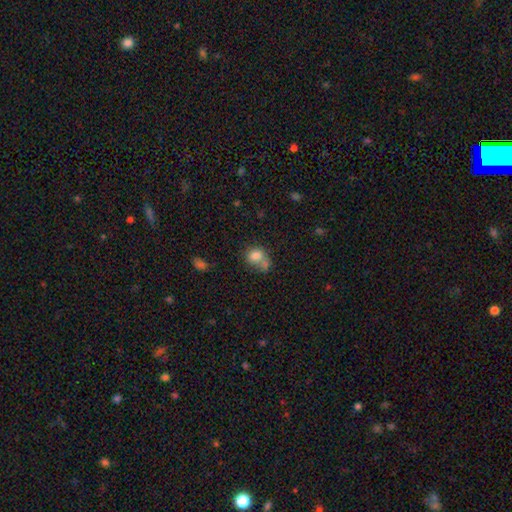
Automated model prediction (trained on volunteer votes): smooth_or_featured: smooth (p=0.78) [alt: featured or disk p=0.12]
how_rounded: in between (p=0.51) [alt: round p=0.48]
merging: merger (p=0.37) [alt: none p=0.31]